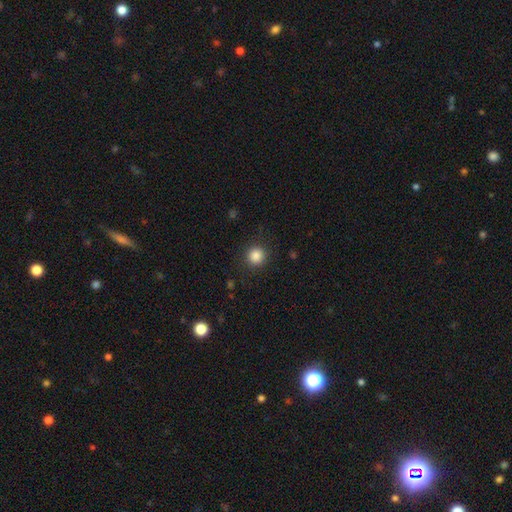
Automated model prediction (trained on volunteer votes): A smooth galaxy with no disk features (85%) that is round (94%). Merging: none (89%).